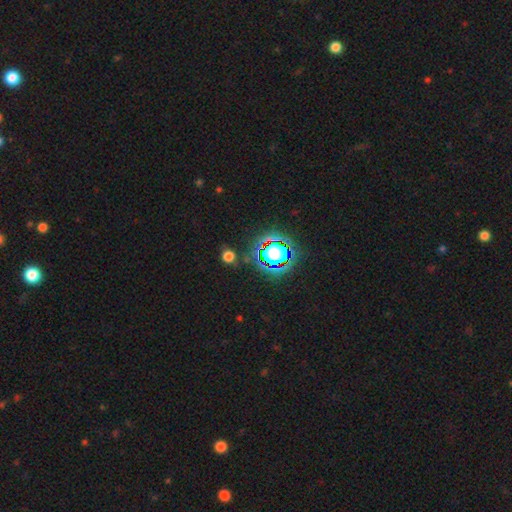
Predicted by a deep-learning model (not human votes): Smooth or featured? star or artifact (81%)